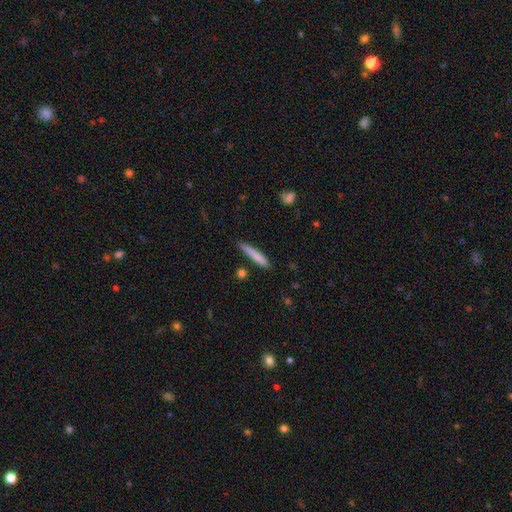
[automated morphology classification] smooth-or-featured: smooth: 78% | featured or disk: 16% | star or artifact: 6%
  how-rounded: cigar-shaped: 94% | in between: 5% | round: 1%
  merging: none: 81% | minor disturbance: 14% | merger: 3% | major disturbance: 3%